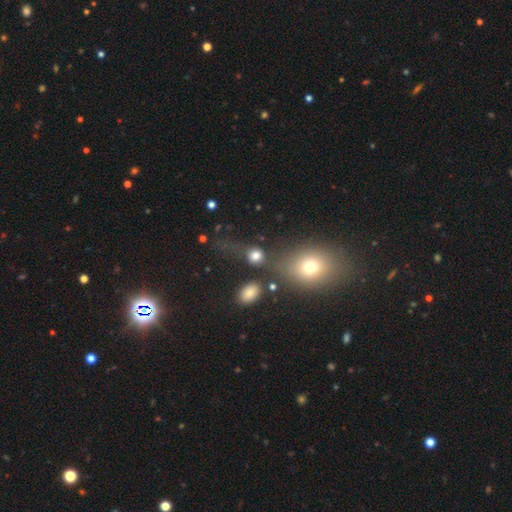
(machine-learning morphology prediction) The model was most divided on "merging": none: 53%, major disturbance: 17%, merger: 16%, minor disturbance: 14%. More confident: how rounded — round (74%); smooth or featured — smooth (74%).